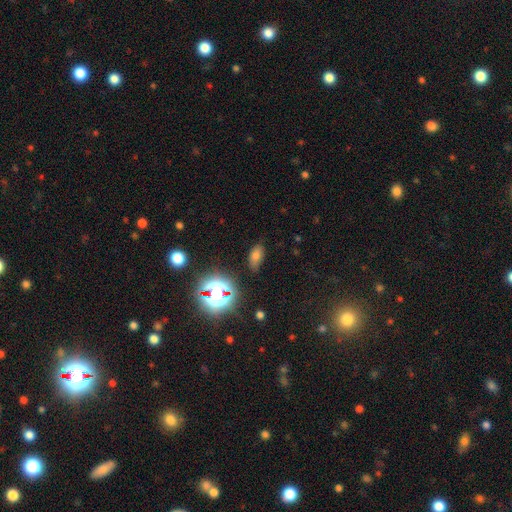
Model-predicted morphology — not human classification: A smooth galaxy with no disk features (66%) that is in between round and cigar-shaped (85%). Merging: none (79%).